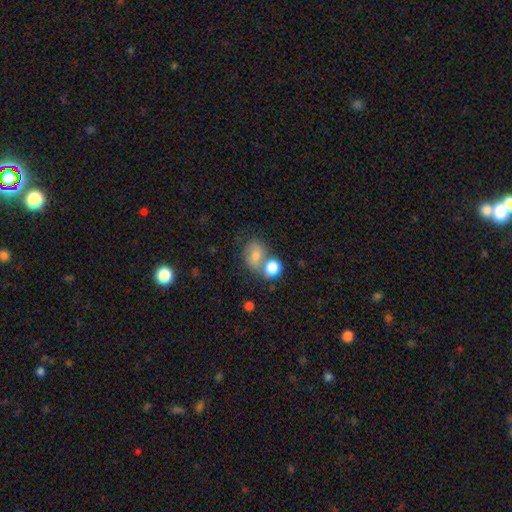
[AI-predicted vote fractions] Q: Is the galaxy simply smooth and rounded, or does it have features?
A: smooth — 70%.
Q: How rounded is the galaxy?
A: in between — 59%.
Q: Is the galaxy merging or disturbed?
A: none — 42%.